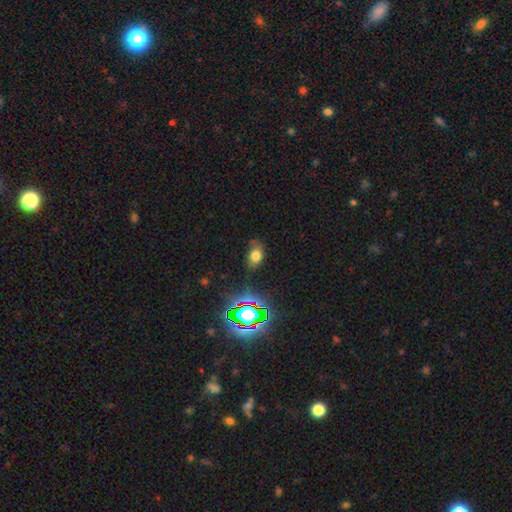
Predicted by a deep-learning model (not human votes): A smooth galaxy with no disk features (68%) that is in between round and cigar-shaped (75%).

Vote fractions:
- Smooth or featured? smooth: 68% / star or artifact: 22% / featured or disk: 11%
- How rounded? in between: 75% / round: 24% / cigar-shaped: 2%
- Merging? none: 69% / minor disturbance: 22% / major disturbance: 7% / merger: 3%